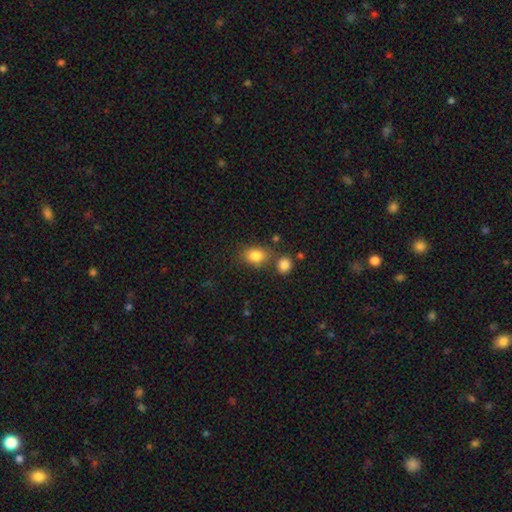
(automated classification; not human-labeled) Morphology: type=smooth (83%); roundness=in between (67%); merging=none (66%).